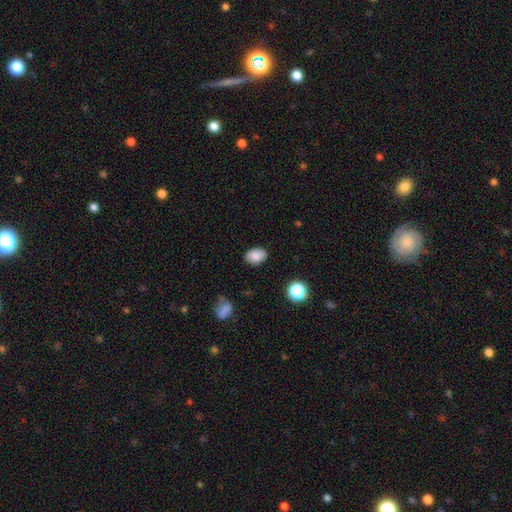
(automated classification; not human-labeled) Q: Smooth or featured?
A: smooth (85%); runner-up: star or artifact (9%)
Q: How rounded?
A: in between (81%); runner-up: round (18%)
Q: Merging?
A: none (86%); runner-up: minor disturbance (11%)